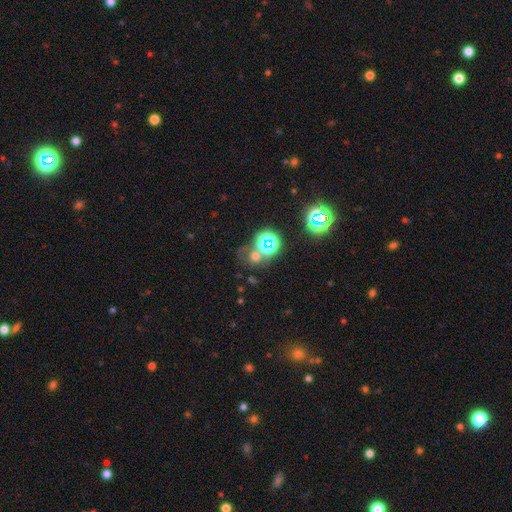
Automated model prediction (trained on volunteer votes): Overall: star or artifact (45%; smooth 43%).